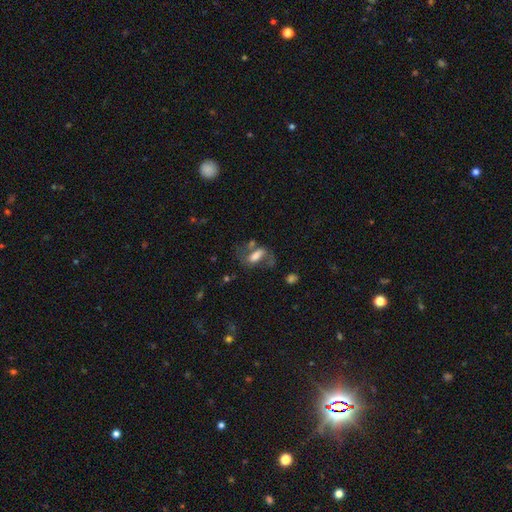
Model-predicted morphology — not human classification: Q: Smooth or featured?
A: smooth (51%); runner-up: featured or disk (38%)
Q: How rounded?
A: in between (78%); runner-up: cigar-shaped (17%)
Q: Merging?
A: none (41%); runner-up: major disturbance (27%)